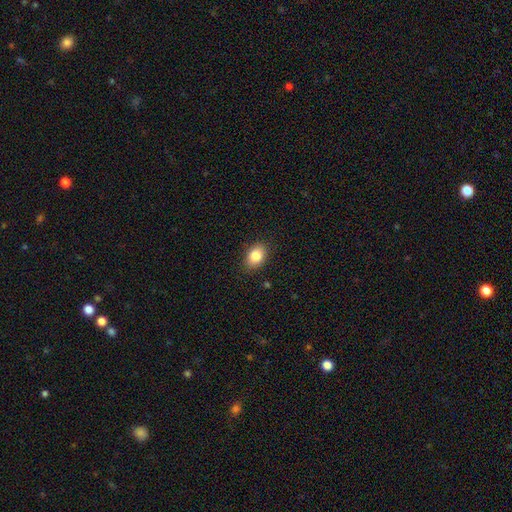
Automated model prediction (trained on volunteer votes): A smooth galaxy with no disk features (85%) that is in between round and cigar-shaped (77%).

Vote fractions:
- Smooth or featured? smooth: 85% / star or artifact: 8% / featured or disk: 6%
- How rounded? in between: 77% / round: 22% / cigar-shaped: 1%
- Merging? none: 87% / minor disturbance: 9% / major disturbance: 2% / merger: 1%